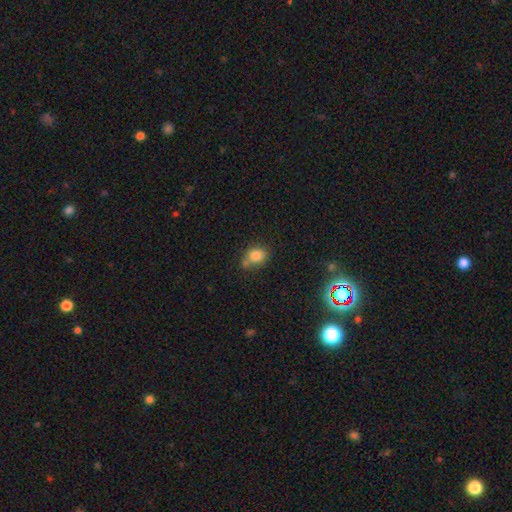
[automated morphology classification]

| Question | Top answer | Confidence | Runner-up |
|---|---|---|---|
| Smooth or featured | smooth | 81% | star or artifact (11%) |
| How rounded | round | 61% | in between (38%) |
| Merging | none | 59% | minor disturbance (18%) |